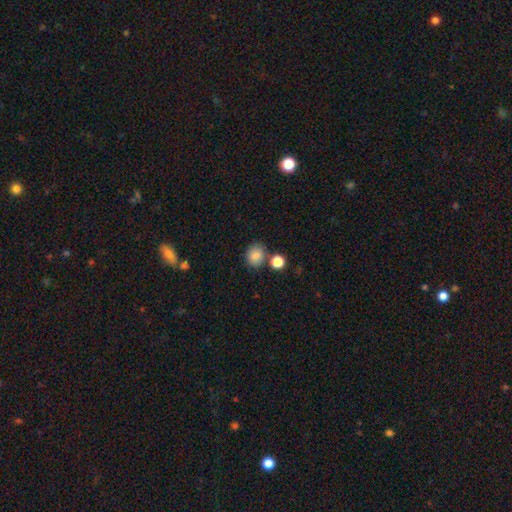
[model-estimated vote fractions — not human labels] The model was most divided on "how rounded": round: 68%, in between: 31%, cigar-shaped: 1%. More confident: smooth or featured — smooth (83%); merging — none (72%).